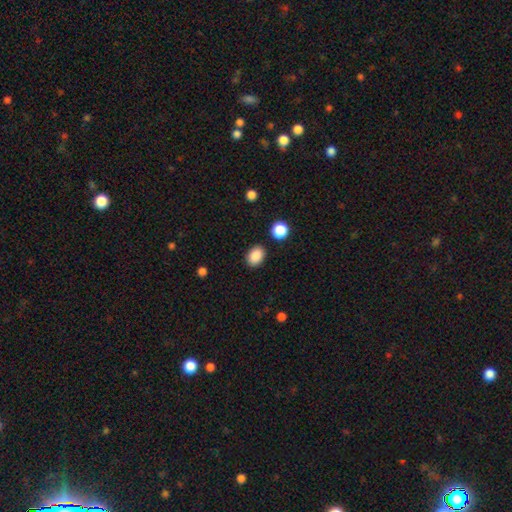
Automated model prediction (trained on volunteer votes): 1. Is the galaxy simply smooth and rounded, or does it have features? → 88% smooth, 9% star or artifact, 3% featured or disk.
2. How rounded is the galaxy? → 74% in between, 25% round, 1% cigar-shaped.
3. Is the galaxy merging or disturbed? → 86% none, 9% minor disturbance, 3% merger, 2% major disturbance.